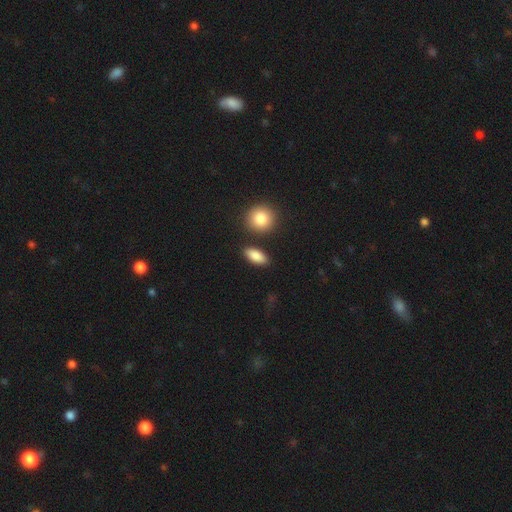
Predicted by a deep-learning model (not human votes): A smooth galaxy with no disk features (88%) that is in between round and cigar-shaped (85%).

Vote fractions:
- Smooth or featured? smooth: 88% / star or artifact: 7% / featured or disk: 6%
- How rounded? in between: 85% / cigar-shaped: 9% / round: 6%
- Merging? none: 84% / minor disturbance: 9% / merger: 5% / major disturbance: 3%